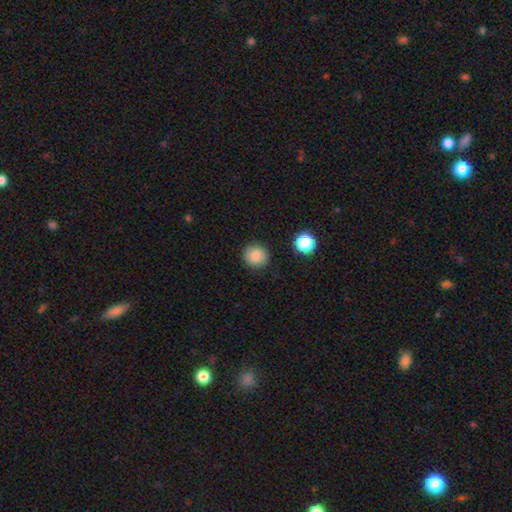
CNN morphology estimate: smooth-or-featured: smooth: 85% | star or artifact: 10% | featured or disk: 5%
  how-rounded: round: 91% | in between: 8% | cigar-shaped: 1%
  merging: none: 89% | minor disturbance: 7% | major disturbance: 2% | merger: 2%